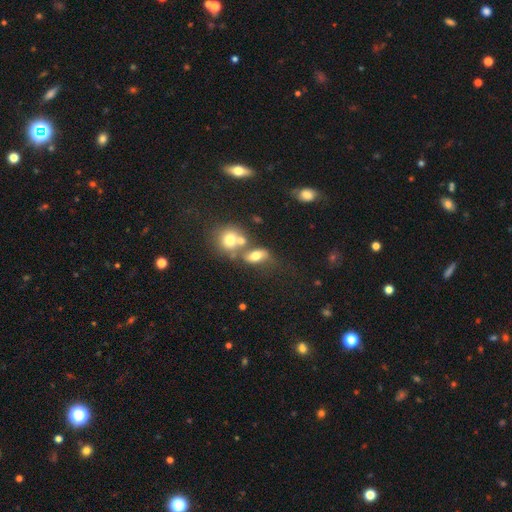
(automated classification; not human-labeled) This appears to be a smooth galaxy with no disk features (65%) that is in between round and cigar-shaped (71%). Merging: merger (39%).